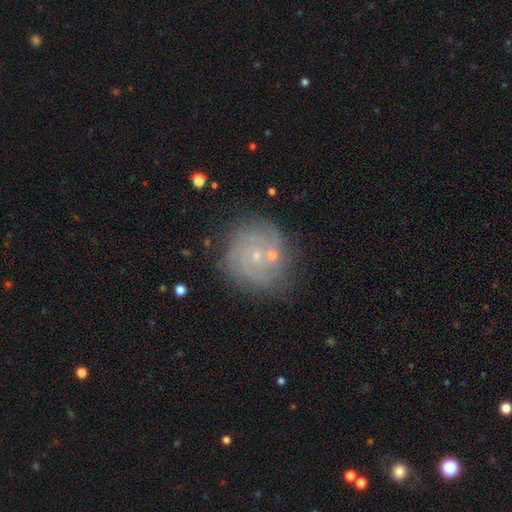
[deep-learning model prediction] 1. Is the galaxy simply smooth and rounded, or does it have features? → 73% featured or disk, 16% smooth, 11% star or artifact.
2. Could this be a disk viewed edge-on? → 98% no, 2% yes.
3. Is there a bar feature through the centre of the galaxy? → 80% no, 17% weak, 3% strong.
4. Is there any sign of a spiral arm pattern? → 92% yes, 8% no.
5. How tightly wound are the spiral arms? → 76% tight, 19% medium, 5% loose.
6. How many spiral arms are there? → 36% can't tell, 17% 3, 17% 4, 14% 2, 10% more than 4, 7% 1.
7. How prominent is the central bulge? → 84% small, 10% moderate, 3% none, 1% large, 1% dominant.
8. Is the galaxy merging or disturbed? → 75% none, 14% minor disturbance, 6% merger, 5% major disturbance.